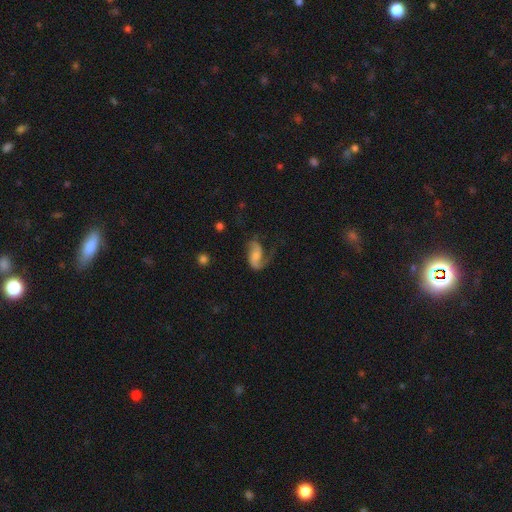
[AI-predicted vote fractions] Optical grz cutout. It shows a featured or disk galaxy (69%) with no bar (53%), 2 (76%) loose (58%) spiral arms (92%) and no central bulge (31%). Merging: none (47%).